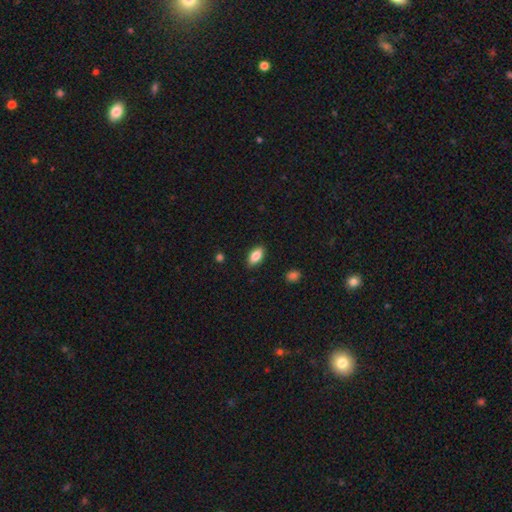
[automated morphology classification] Smooth or featured? smooth (85%)
How rounded? in between (90%)
Merging? none (88%)